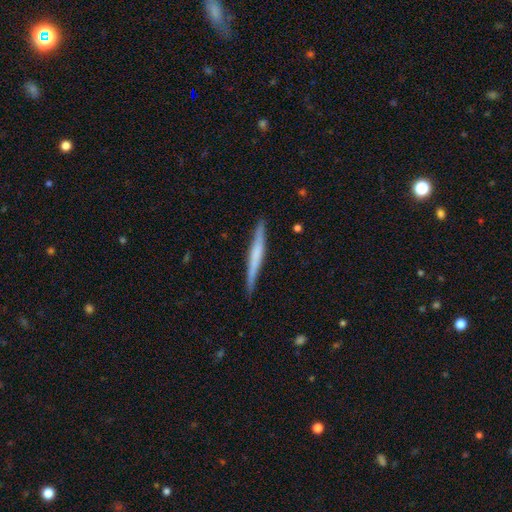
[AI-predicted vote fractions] The model was most divided on "smooth or featured": featured or disk: 50%, smooth: 45%, star or artifact: 5%. More confident: merging — none (88%).